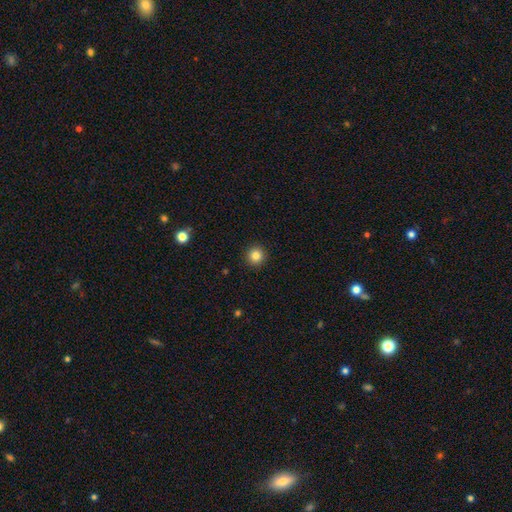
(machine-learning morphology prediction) smooth_or_featured: smooth (p=0.83) [alt: star or artifact p=0.12]
how_rounded: round (p=0.95) [alt: in between p=0.04]
merging: none (p=0.93) [alt: minor disturbance p=0.05]